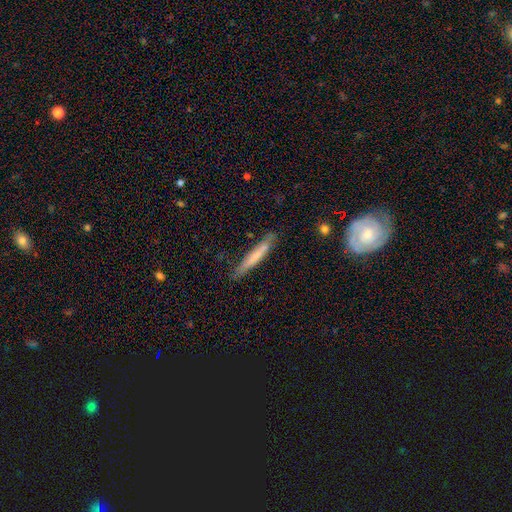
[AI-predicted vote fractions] smooth-or-featured: smooth: 64% | featured or disk: 30% | star or artifact: 6%
  how-rounded: cigar-shaped: 95% | in between: 4% | round: 1%
  merging: none: 81% | minor disturbance: 15% | major disturbance: 3% | merger: 2%